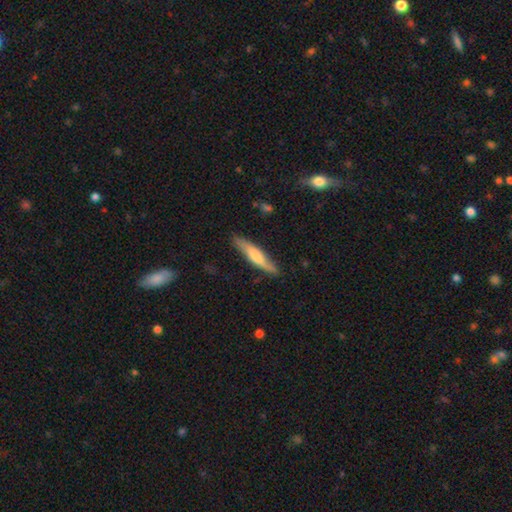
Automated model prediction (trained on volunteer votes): The model was most divided on "smooth or featured": smooth: 50%, featured or disk: 44%, star or artifact: 6%. More confident: how rounded — cigar-shaped (88%); merging — none (84%).